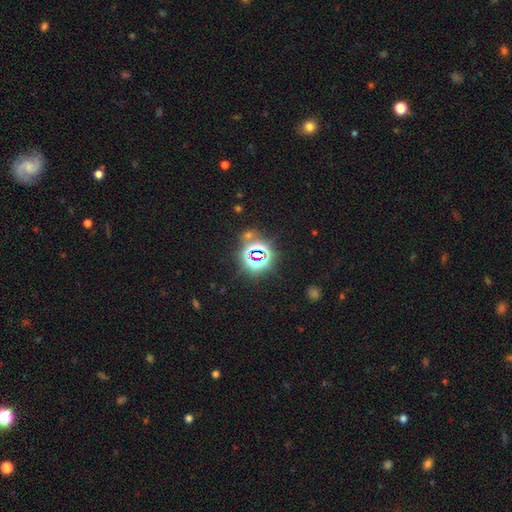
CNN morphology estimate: smooth_or_featured: star or artifact (p=0.78) [alt: smooth p=0.13]